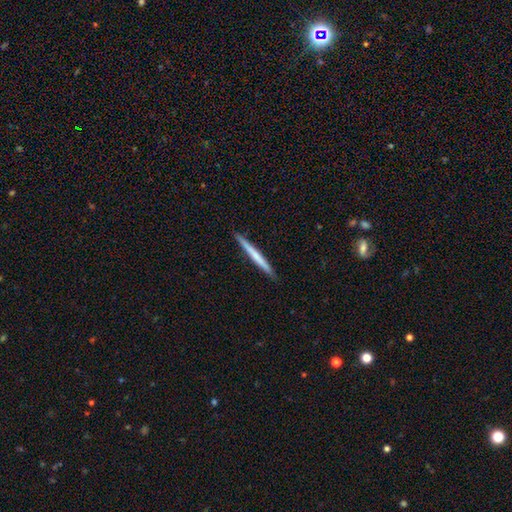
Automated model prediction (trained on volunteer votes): Q: Smooth or featured?
A: smooth (53%); runner-up: featured or disk (41%)
Q: How rounded?
A: cigar-shaped (97%); runner-up: in between (2%)
Q: Merging?
A: none (92%); runner-up: minor disturbance (6%)